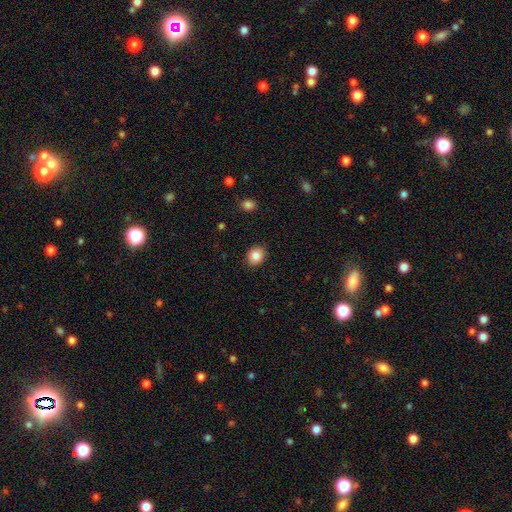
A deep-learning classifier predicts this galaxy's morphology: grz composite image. It shows a smooth galaxy with no disk features (86%) that is round (57%). Merging: none (88%).